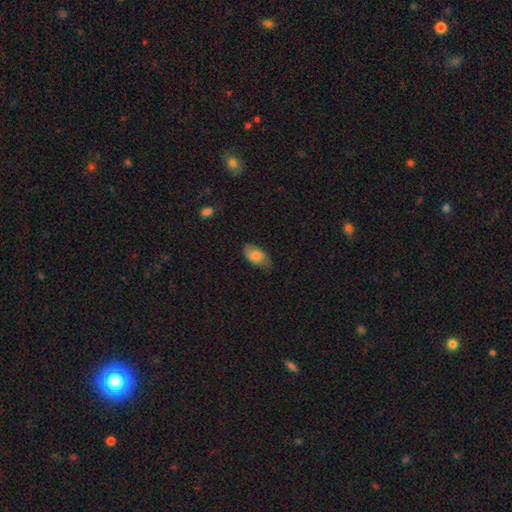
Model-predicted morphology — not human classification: This is likely a smooth galaxy (78%). How rounded: clearly in between (94%). Merging: likely none (74%).